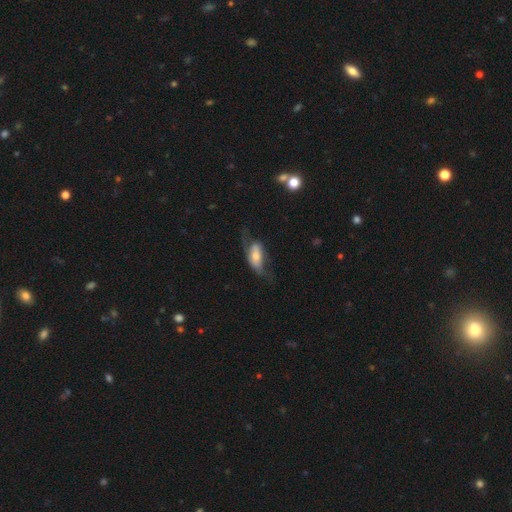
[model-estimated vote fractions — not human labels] Morphology: type=smooth (47%); merging=none (38%).